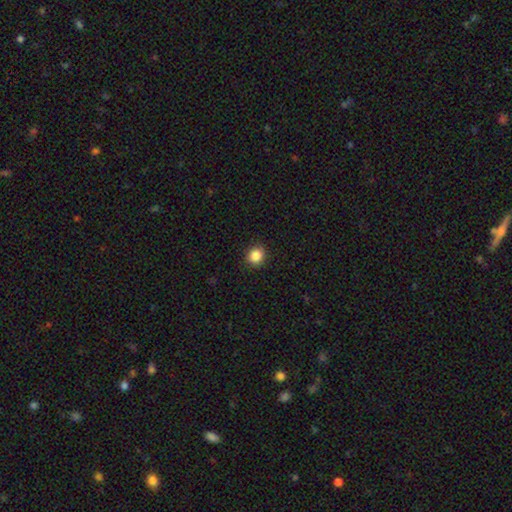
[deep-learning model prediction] smooth 86%, star or artifact 10%, featured or disk 3%. Down the decision tree: how rounded — round (83%); merging — none (91%).